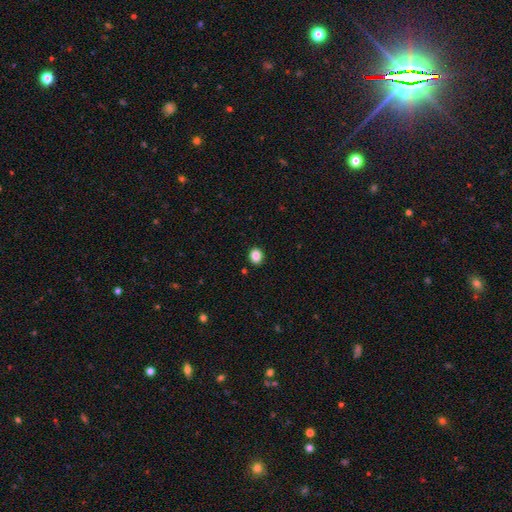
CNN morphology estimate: Smooth or featured?
  - smooth: 87% *
  - star or artifact: 10%
  - featured or disk: 3%
How rounded?
  - round: 63% *
  - in between: 36%
  - cigar-shaped: 1%
Merging?
  - none: 91% *
  - minor disturbance: 6%
  - major disturbance: 2%
  - merger: 1%